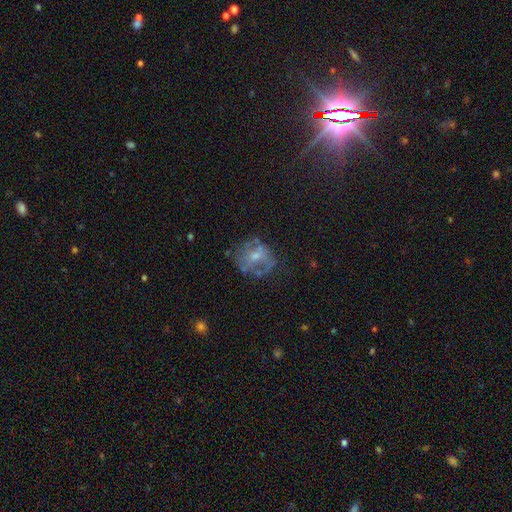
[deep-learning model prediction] Q: Smooth or featured?
A: featured or disk (49%); runner-up: smooth (31%)
Q: Merging?
A: none (58%); runner-up: minor disturbance (21%)